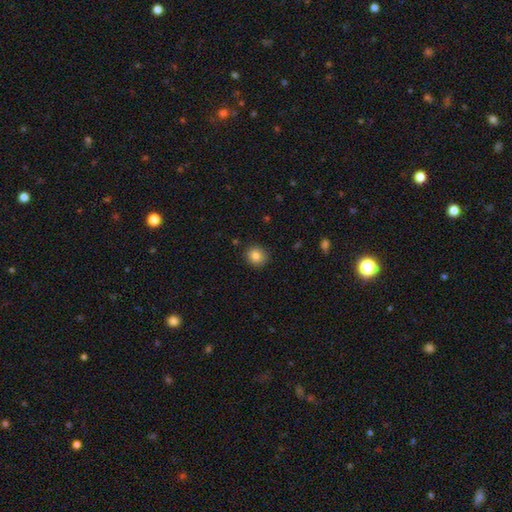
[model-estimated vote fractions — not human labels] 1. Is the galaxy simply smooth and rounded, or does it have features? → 84% smooth, 10% star or artifact, 6% featured or disk.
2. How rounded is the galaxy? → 83% round, 16% in between, 1% cigar-shaped.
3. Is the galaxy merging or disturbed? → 89% none, 8% minor disturbance, 2% major disturbance, 1% merger.